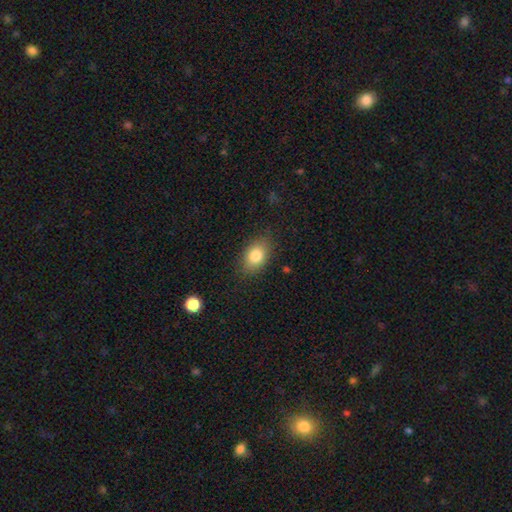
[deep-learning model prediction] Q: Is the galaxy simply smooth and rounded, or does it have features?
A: smooth — 81%.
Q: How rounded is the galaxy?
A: in between — 82%.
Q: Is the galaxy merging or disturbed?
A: none — 82%.